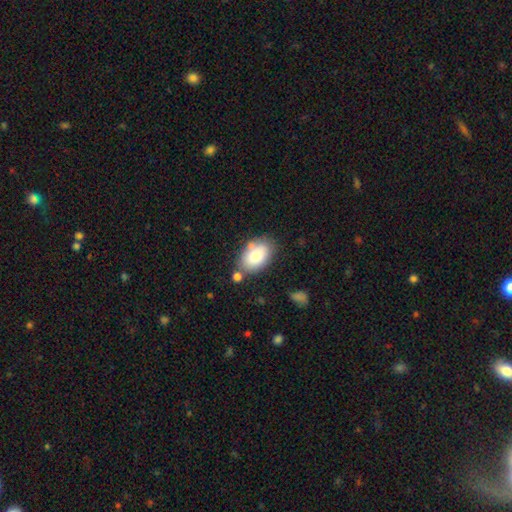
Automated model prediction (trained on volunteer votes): smooth_or_featured: smooth (p=0.81) [alt: featured or disk p=0.12]
how_rounded: in between (p=0.91) [alt: round p=0.07]
merging: none (p=0.68) [alt: minor disturbance p=0.18]